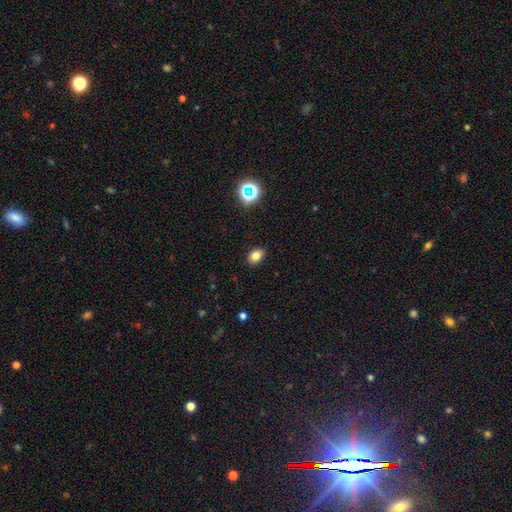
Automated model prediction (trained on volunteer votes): The model was most divided on "how rounded": in between: 75%, round: 23%, cigar-shaped: 1%. More confident: merging — none (88%); smooth or featured — smooth (80%).